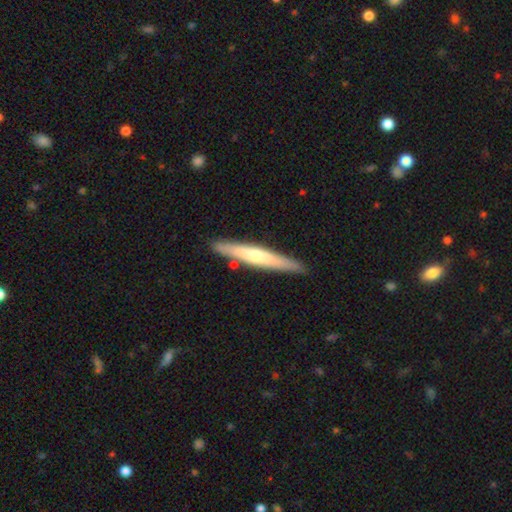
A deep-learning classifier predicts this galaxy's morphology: Overall: featured or disk (48%; smooth 47%). Merging: none (87%).